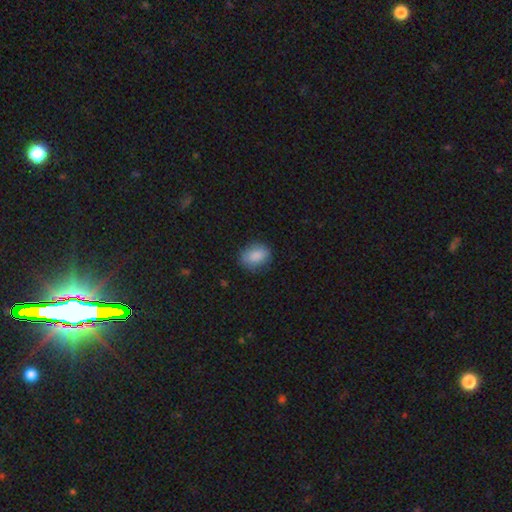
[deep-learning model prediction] A smooth galaxy with no disk features (87%) that is in between round and cigar-shaped (63%). Merging: none (81%).